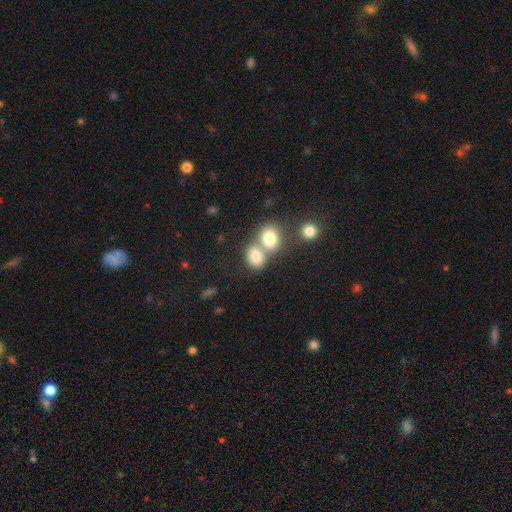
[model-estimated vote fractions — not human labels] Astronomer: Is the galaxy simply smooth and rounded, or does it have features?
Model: smooth — 79%.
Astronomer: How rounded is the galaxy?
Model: in between — 64%.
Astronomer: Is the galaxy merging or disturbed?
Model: merger — 55% (runner-up: none, 32%).